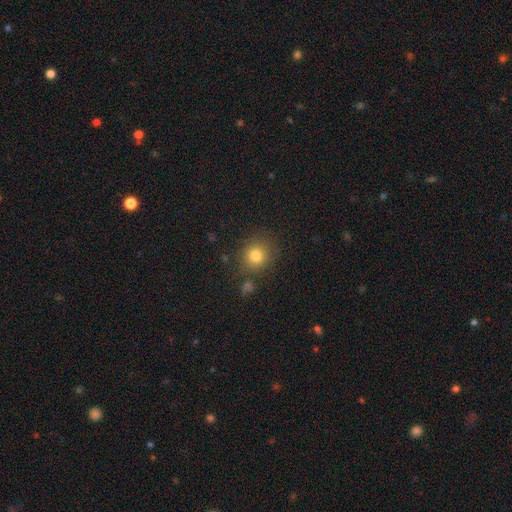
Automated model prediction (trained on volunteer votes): Morphology: type=smooth (80%); roundness=round (84%); merging=none (81%).